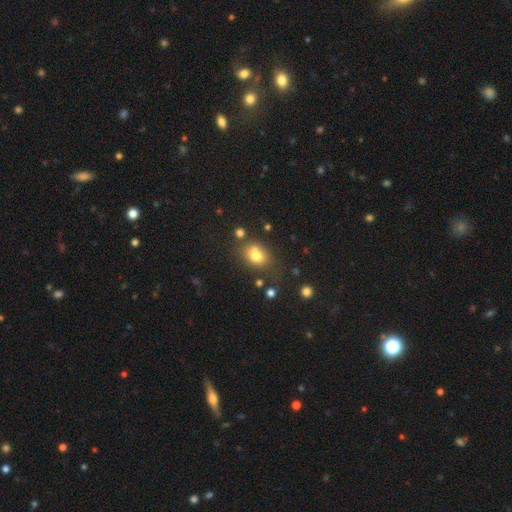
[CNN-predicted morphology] This appears to be a smooth galaxy with no disk features (75%) that is in between round and cigar-shaped (60%). Merging: none (53%).